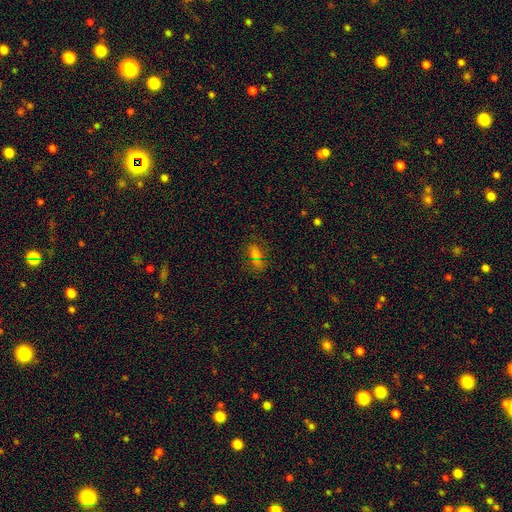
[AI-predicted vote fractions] A smooth galaxy with no disk features (56%) that is in between round and cigar-shaped (78%). Merging: none (66%).